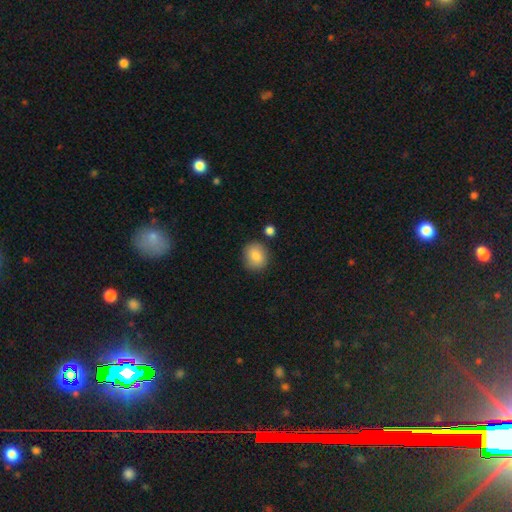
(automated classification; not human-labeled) This appears to be a smooth galaxy with no disk features (85%) that is round (78%). Merging: none (82%).